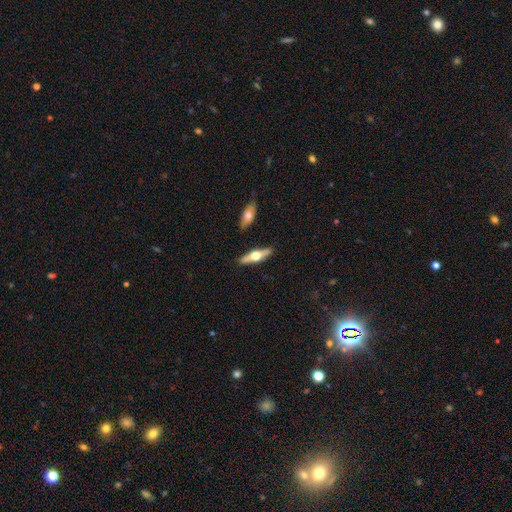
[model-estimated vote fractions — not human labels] smooth-or-featured: featured or disk: 62% | smooth: 33% | star or artifact: 5%
  disk-edge-on: yes: 93% | no: 7%
    edge-on-bulge: rounded: 96% | boxy: 2% | none: 2%
  merging: none: 86% | minor disturbance: 8% | merger: 3% | major disturbance: 2%